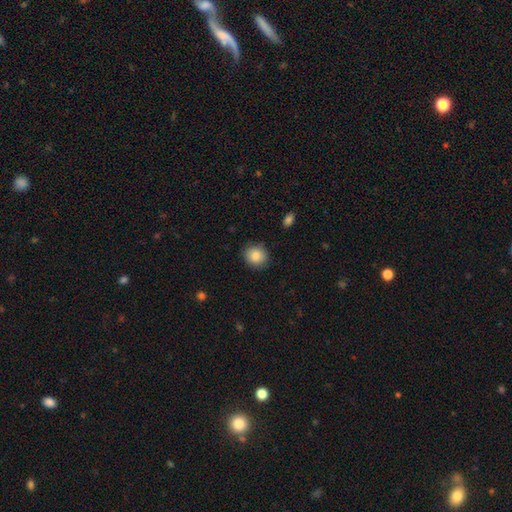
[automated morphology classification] Smooth or featured: smooth — 85% (star or artifact — 8%)
How rounded: round — 80% (in between — 19%)
Merging: none — 87% (minor disturbance — 9%)